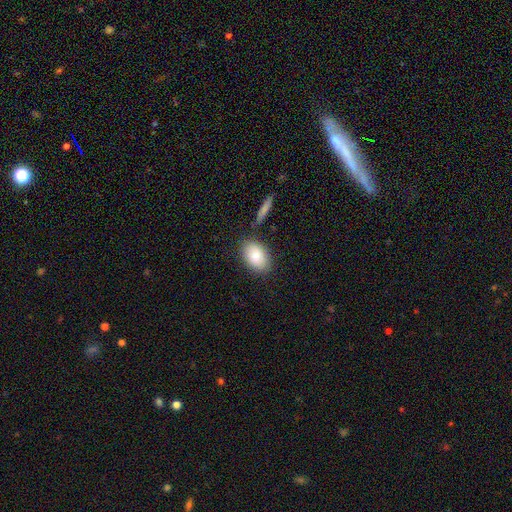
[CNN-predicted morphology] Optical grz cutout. It shows a smooth galaxy with no disk features (82%) that is in between round and cigar-shaped (88%). Merging: none (81%).